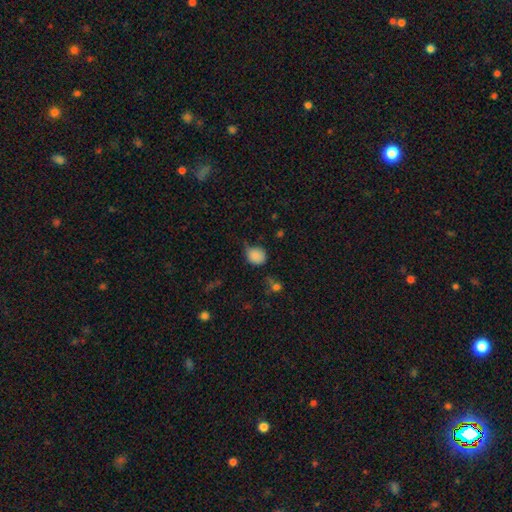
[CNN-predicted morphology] Smooth or featured? smooth (82%)
How rounded? round (69%)
Merging? none (50%)